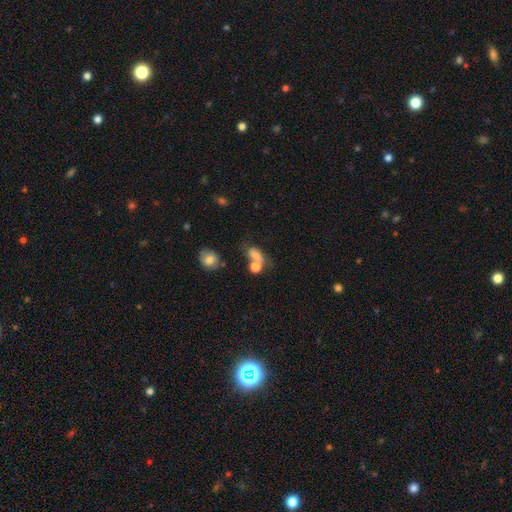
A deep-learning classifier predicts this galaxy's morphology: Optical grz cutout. It shows a smooth galaxy with no disk features (67%) that is in between round and cigar-shaped (65%). Merging: merger (42%).